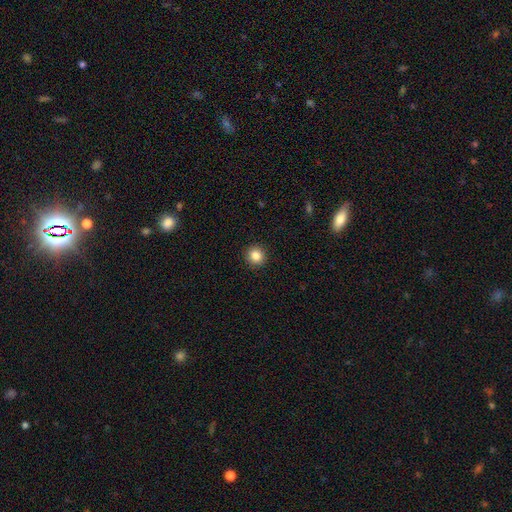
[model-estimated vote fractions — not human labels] Smooth or featured? Predicted: smooth (p=0.85). How rounded? Predicted: round (p=0.92). Merging? Predicted: none (p=0.93).